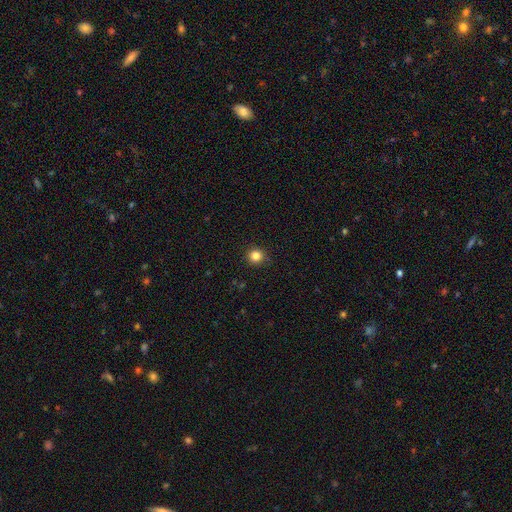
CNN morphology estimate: Smooth or featured? Predicted: smooth (p=0.84). How rounded? Predicted: round (p=0.93). Merging? Predicted: none (p=0.90).